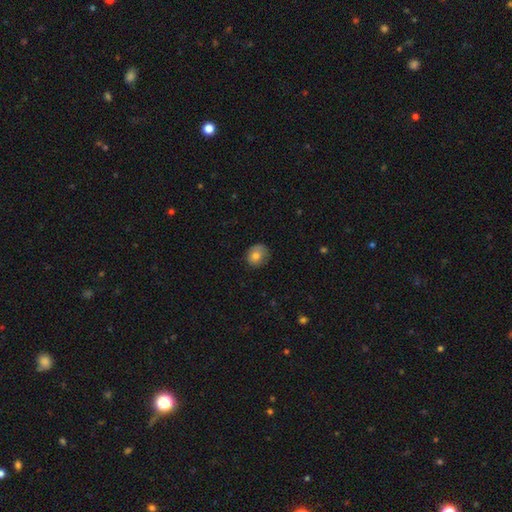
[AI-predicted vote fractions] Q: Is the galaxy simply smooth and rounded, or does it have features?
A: smooth — 76%.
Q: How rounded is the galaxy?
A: round — 73%.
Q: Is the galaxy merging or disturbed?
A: none — 71%.